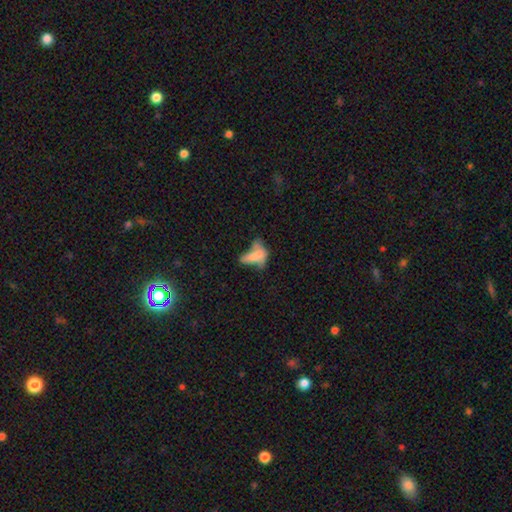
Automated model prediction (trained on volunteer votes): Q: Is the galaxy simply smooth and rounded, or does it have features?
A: smooth — 60%.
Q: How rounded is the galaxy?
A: in between — 81%.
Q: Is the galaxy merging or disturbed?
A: major disturbance — 34%.